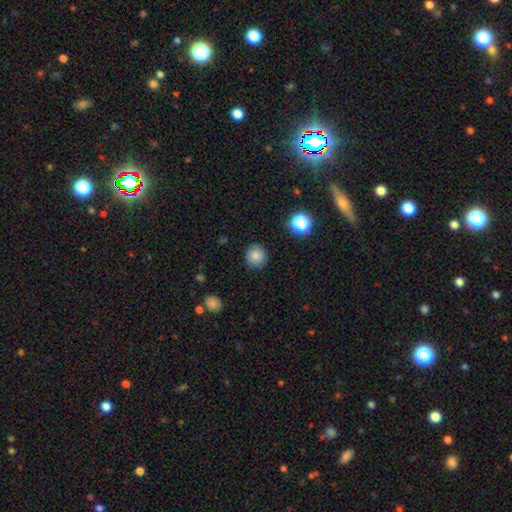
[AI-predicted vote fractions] Smooth or featured? Predicted: smooth (p=0.82). How rounded? Predicted: round (p=0.91). Merging? Predicted: none (p=0.88).